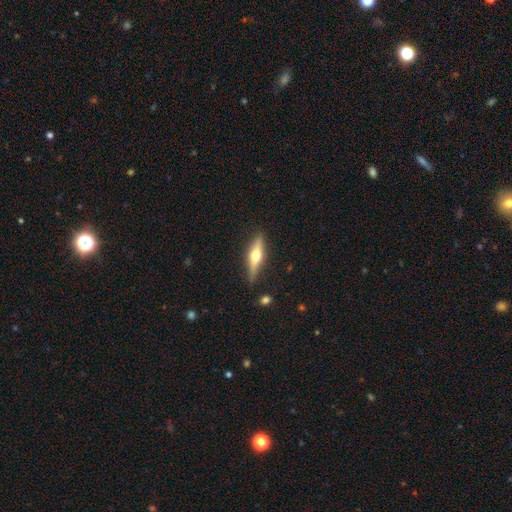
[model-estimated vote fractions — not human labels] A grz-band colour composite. It shows a featured or disk galaxy (59%) viewed edge-on (95%) with a rounded central bulge (95%). Merging: none (85%).